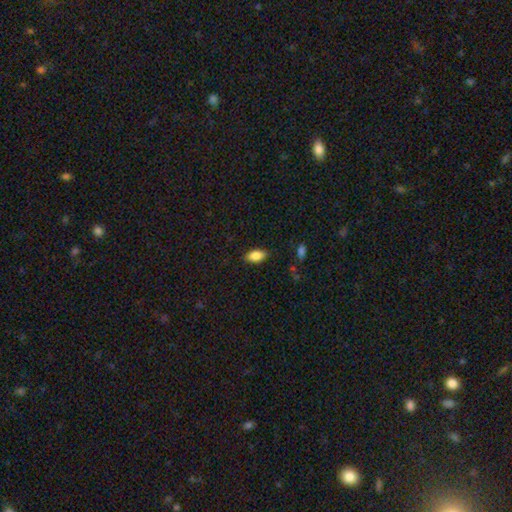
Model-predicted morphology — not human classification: A smooth galaxy with no disk features (86%) that is in between round and cigar-shaped (92%).

Vote fractions:
- Smooth or featured? smooth: 86% / star or artifact: 8% / featured or disk: 6%
- How rounded? in between: 92% / round: 4% / cigar-shaped: 4%
- Merging? none: 84% / minor disturbance: 12% / major disturbance: 3% / merger: 1%